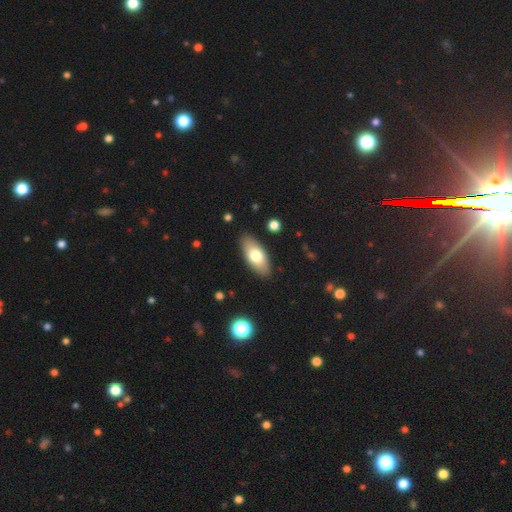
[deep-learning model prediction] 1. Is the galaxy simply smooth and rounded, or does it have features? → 71% smooth, 23% featured or disk, 6% star or artifact.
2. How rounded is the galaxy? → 85% in between, 12% cigar-shaped, 3% round.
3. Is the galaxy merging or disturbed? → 88% none, 9% minor disturbance, 2% major disturbance, 1% merger.